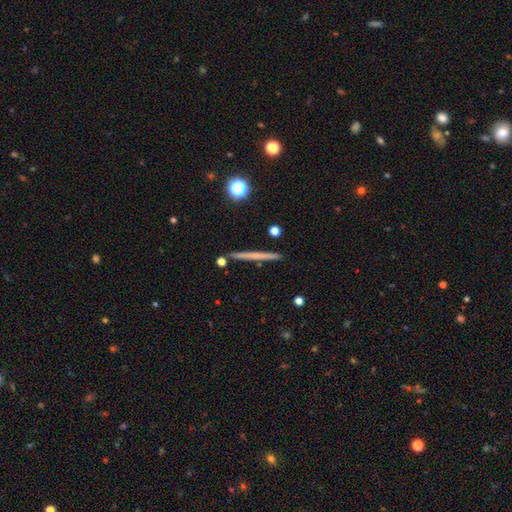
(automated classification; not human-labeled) smooth 47%, featured or disk 46%, star or artifact 7%. Down the decision tree: merging — none (92%).